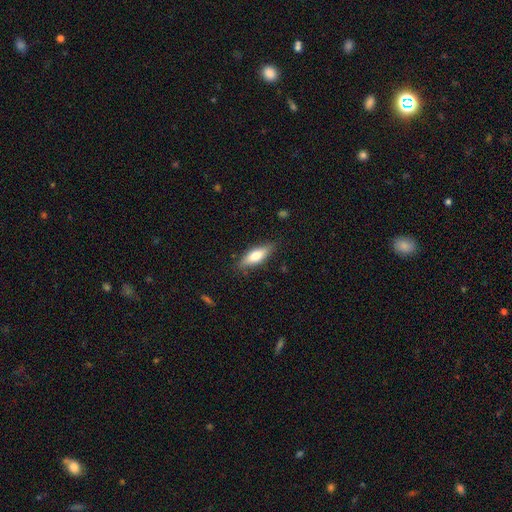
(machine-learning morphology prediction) type=smooth (68%); roundness=in between (58%); merging=none (83%).